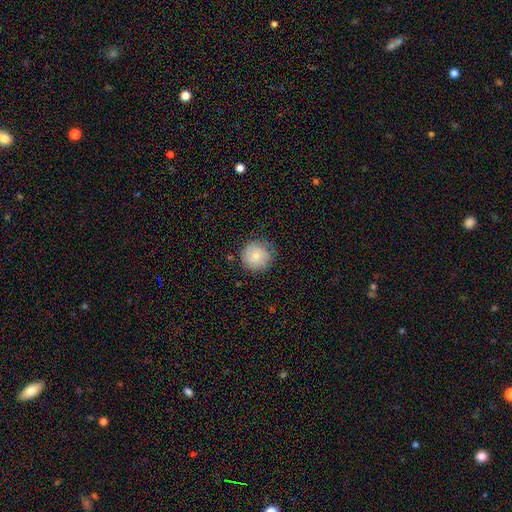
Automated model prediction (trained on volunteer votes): smooth-or-featured: smooth: 77% | featured or disk: 16% | star or artifact: 8%
  how-rounded: round: 93% | in between: 6% | cigar-shaped: 1%
  merging: none: 75% | minor disturbance: 20% | major disturbance: 5% | merger: 1%